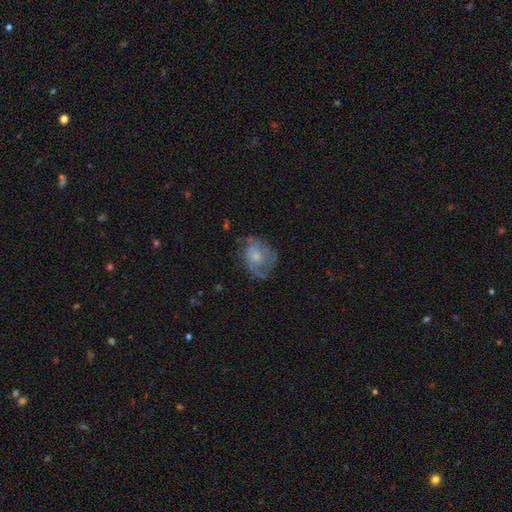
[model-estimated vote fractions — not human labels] A featured or disk galaxy (52%) with no bar (80%), spiral arms (65%) and a small central bulge (50%).

Vote fractions:
- Smooth or featured? featured or disk: 52% / smooth: 39% / star or artifact: 8%
- Edge-on disk? no: 97% / yes: 3%
- Bar? no: 80% / weak: 18% / strong: 3%
- Spiral arms? yes: 65% / no: 35%
- Bulge size? small: 50% / moderate: 36% / none: 9% / large: 4% / dominant: 1%
- Merging? none: 54% / minor disturbance: 26% / major disturbance: 18% / merger: 2%